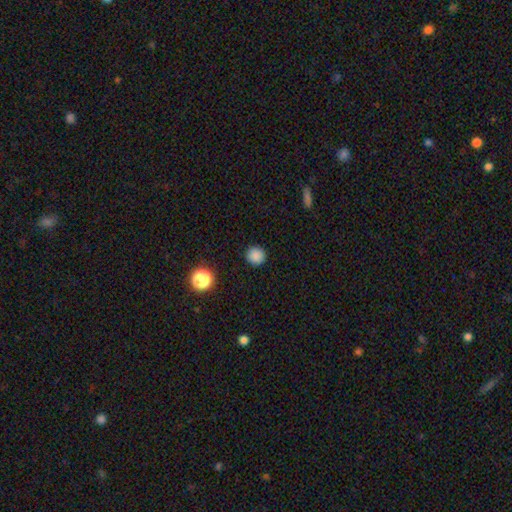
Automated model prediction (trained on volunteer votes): Q: Smooth or featured?
A: smooth (85%); runner-up: star or artifact (12%)
Q: How rounded?
A: round (94%); runner-up: in between (5%)
Q: Merging?
A: none (91%); runner-up: minor disturbance (6%)